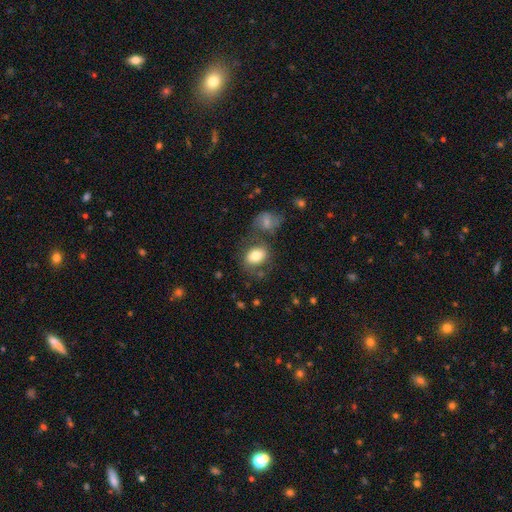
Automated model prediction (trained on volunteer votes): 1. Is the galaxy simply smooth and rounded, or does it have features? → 76% smooth, 16% featured or disk, 8% star or artifact.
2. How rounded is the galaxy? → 66% in between, 33% round, 1% cigar-shaped.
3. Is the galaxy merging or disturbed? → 58% none, 18% merger, 16% minor disturbance, 8% major disturbance.